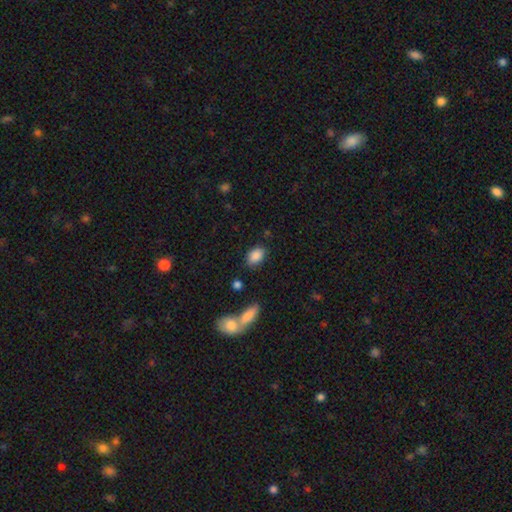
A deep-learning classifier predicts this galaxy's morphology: type=smooth (88%); roundness=in between (87%); merging=none (80%).